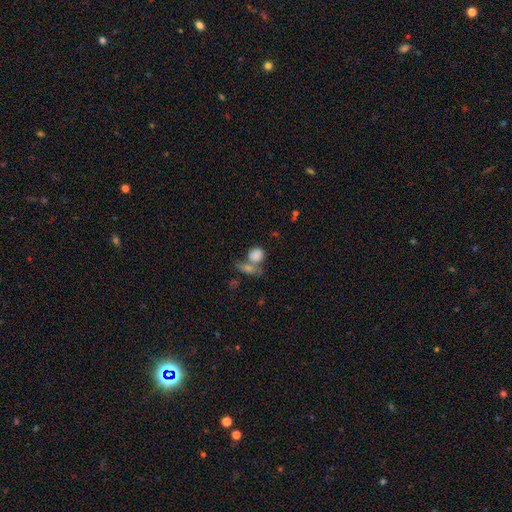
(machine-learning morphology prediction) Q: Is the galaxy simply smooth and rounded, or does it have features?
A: smooth — 81%.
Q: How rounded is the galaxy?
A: round — 62%.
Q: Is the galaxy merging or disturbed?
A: merger — 44%.